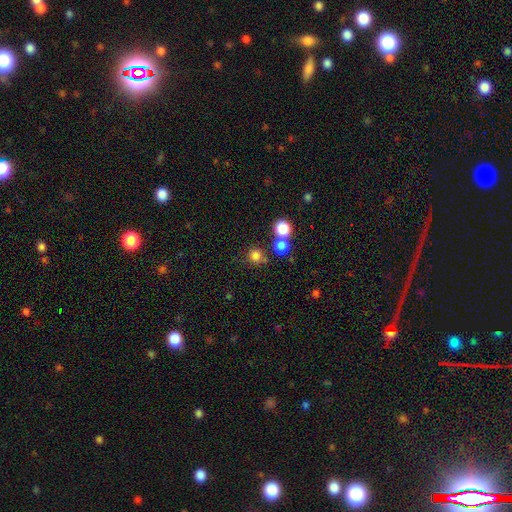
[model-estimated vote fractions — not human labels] A smooth galaxy with no disk features (78%) that is round (91%).

Vote fractions:
- Smooth or featured? smooth: 78% / star or artifact: 16% / featured or disk: 6%
- How rounded? round: 91% / in between: 8% / cigar-shaped: 1%
- Merging? none: 70% / merger: 17% / minor disturbance: 9% / major disturbance: 4%